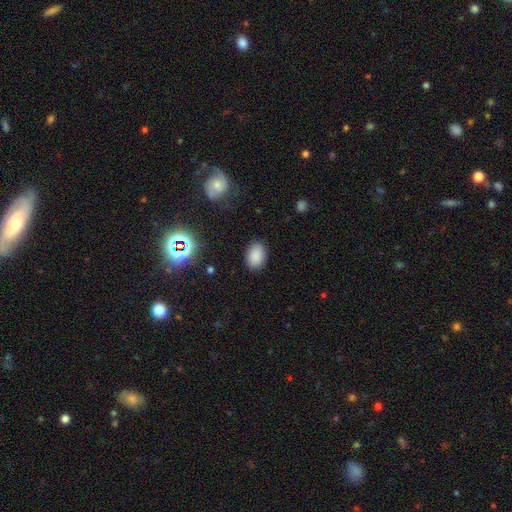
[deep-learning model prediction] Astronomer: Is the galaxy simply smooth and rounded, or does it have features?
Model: smooth — 85%.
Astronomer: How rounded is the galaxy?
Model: in between — 84%.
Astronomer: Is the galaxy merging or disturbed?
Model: none — 86%.